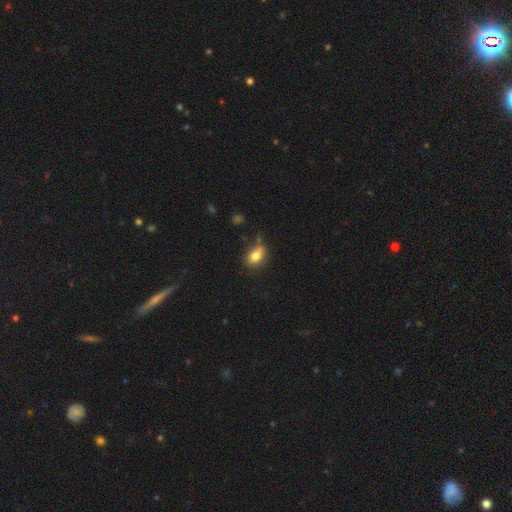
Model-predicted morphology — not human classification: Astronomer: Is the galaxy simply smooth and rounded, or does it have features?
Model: smooth — 80%.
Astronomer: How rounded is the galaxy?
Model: in between — 82%.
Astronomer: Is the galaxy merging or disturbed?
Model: none — 64%.